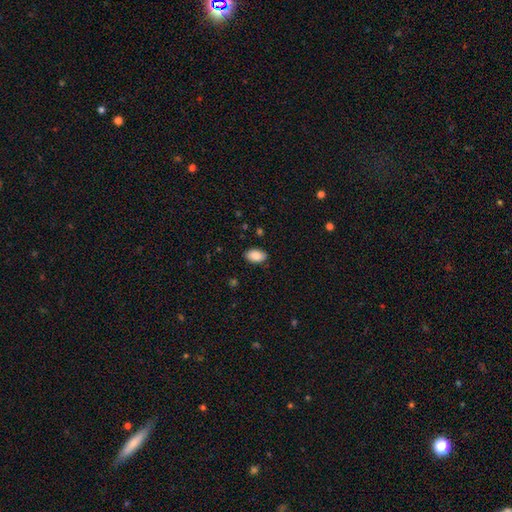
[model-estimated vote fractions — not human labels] Overall: smooth (87%). How rounded: in between (93%). Merging: none (87%).